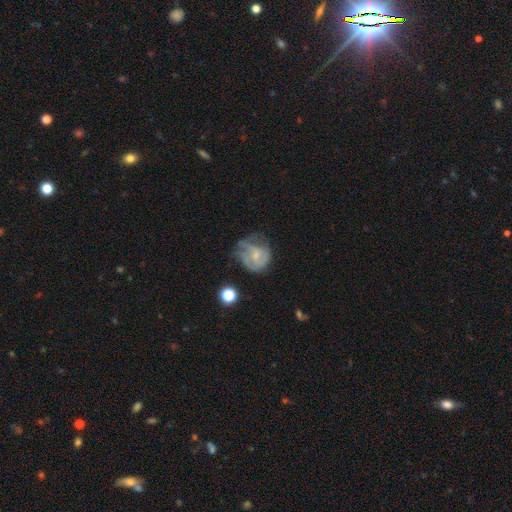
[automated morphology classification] This is possibly a featured or disk galaxy (55%). It is clearly not viewed edge-on (98%). Bar: likely no (72%). Spiral arm pattern: likely yes (62%). Central bulge: likely small (67%). Merging: marginally major disturbance (34%, tied with none).